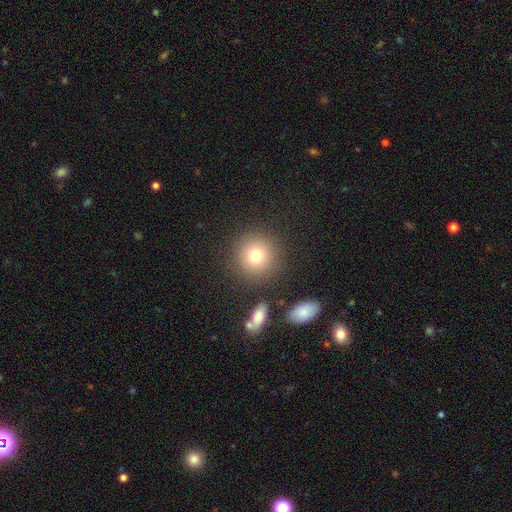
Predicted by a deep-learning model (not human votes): A smooth galaxy with no disk features (78%) that is round (93%). Merging: none (85%).